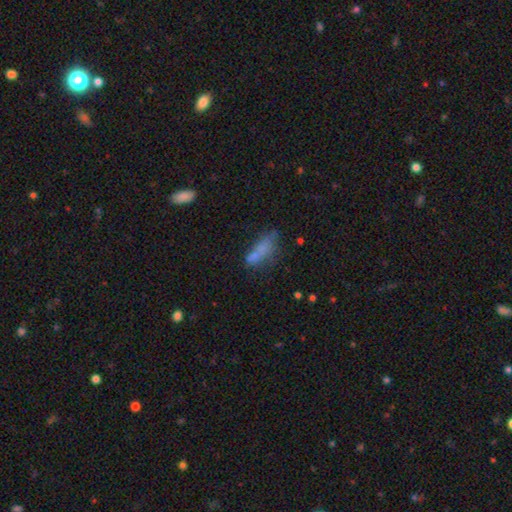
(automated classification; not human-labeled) Smooth or featured? smooth (65%)
How rounded? in between (49%)
Merging? none (46%)